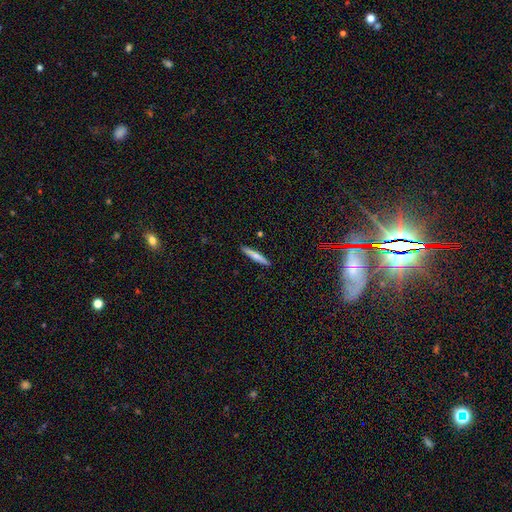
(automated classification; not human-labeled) A smooth galaxy with no disk features (66%) that is cigar-shaped (92%). Merging: none (89%).